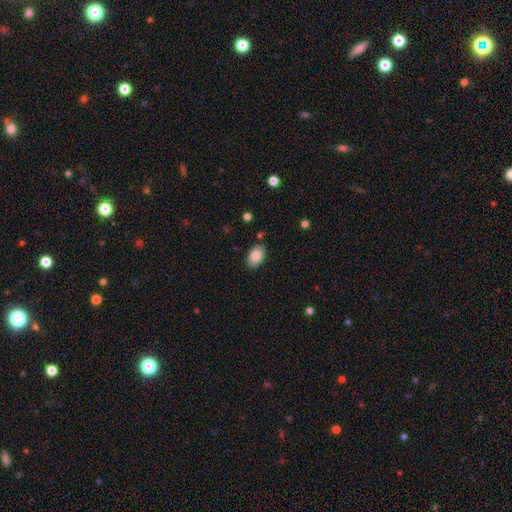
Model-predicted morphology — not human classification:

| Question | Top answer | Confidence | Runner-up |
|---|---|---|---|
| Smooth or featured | smooth | 83% | featured or disk (9%) |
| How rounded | in between | 89% | round (10%) |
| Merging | none | 85% | minor disturbance (11%) |